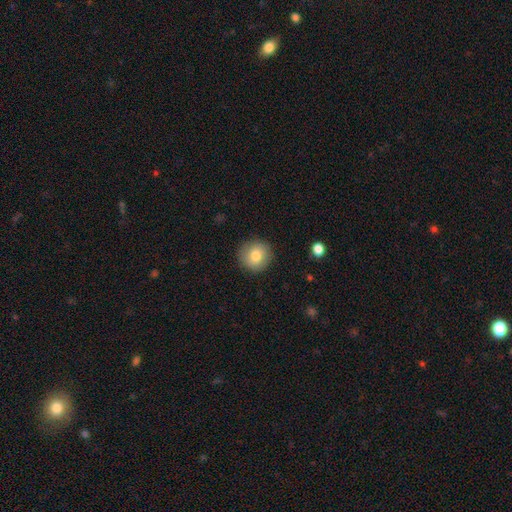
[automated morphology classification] A smooth galaxy with no disk features (81%) that is round (92%). Merging: none (88%).